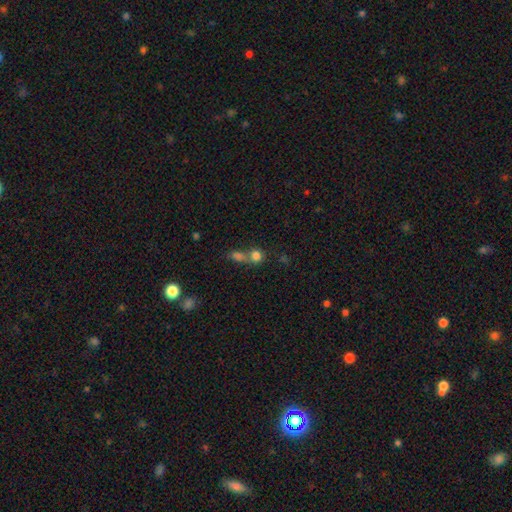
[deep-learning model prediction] A smooth galaxy with no disk features (77%) that is round (75%).

Vote fractions:
- Smooth or featured? smooth: 77% / star or artifact: 13% / featured or disk: 9%
- How rounded? round: 75% / in between: 23% / cigar-shaped: 2%
- Merging? merger: 53% / none: 36% / minor disturbance: 7% / major disturbance: 5%